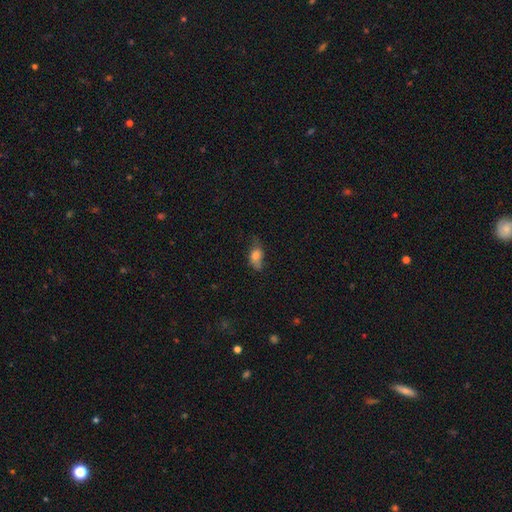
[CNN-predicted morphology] This is likely a smooth galaxy (74%). How rounded: clearly in between (82%). Merging: possibly none (49%).